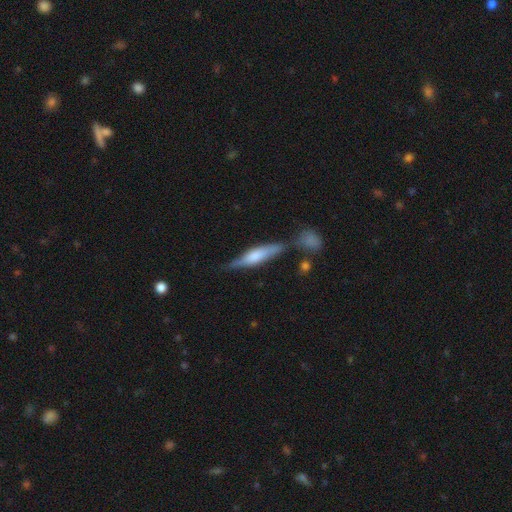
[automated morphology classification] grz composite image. It shows a featured or disk galaxy (47%, tied with smooth). Merging: none (62%).